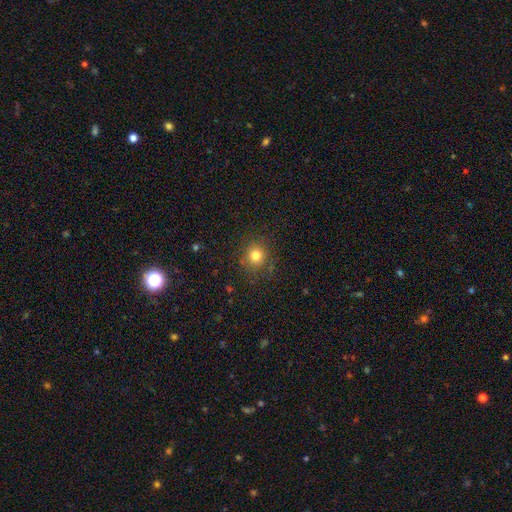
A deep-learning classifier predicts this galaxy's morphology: smooth_or_featured: smooth (p=0.79) [alt: star or artifact p=0.14]
how_rounded: round (p=0.91) [alt: in between p=0.08]
merging: none (p=0.87) [alt: minor disturbance p=0.09]